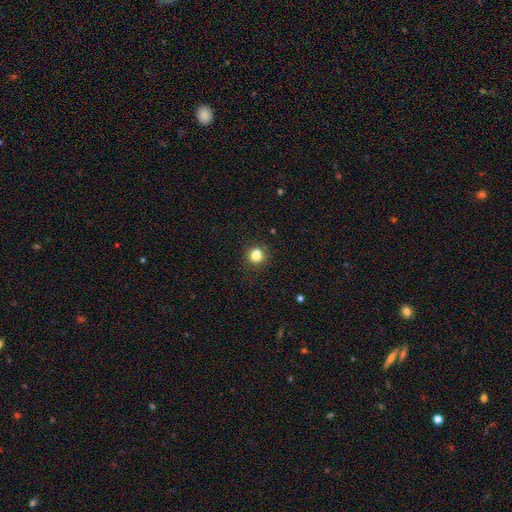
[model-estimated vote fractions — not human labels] Smooth or featured: smooth — 82% (star or artifact — 13%)
How rounded: round — 81% (in between — 18%)
Merging: none — 81% (minor disturbance — 11%)